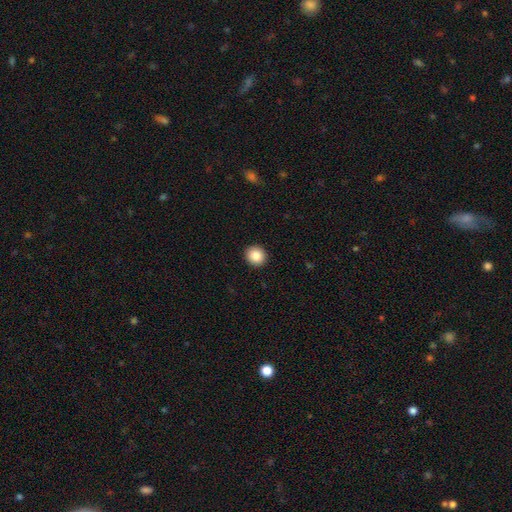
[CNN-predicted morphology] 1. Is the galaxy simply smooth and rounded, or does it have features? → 88% smooth, 9% star or artifact, 4% featured or disk.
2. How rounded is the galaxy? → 88% round, 11% in between, 1% cigar-shaped.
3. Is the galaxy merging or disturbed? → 93% none, 5% minor disturbance, 2% major disturbance, 1% merger.